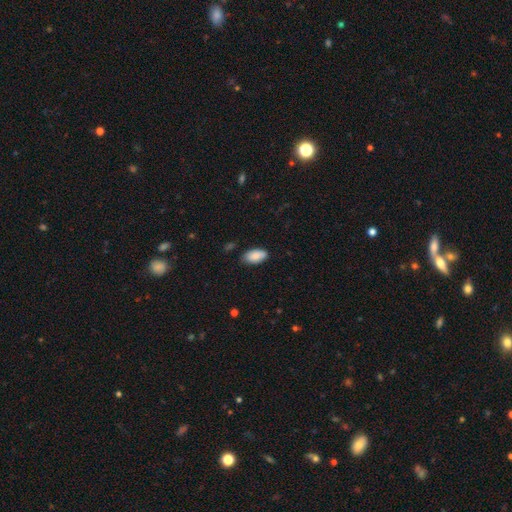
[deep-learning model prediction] The model was most divided on "merging": none: 79%, minor disturbance: 17%, major disturbance: 3%, merger: 1%. More confident: how rounded — in between (94%); smooth or featured — smooth (88%).